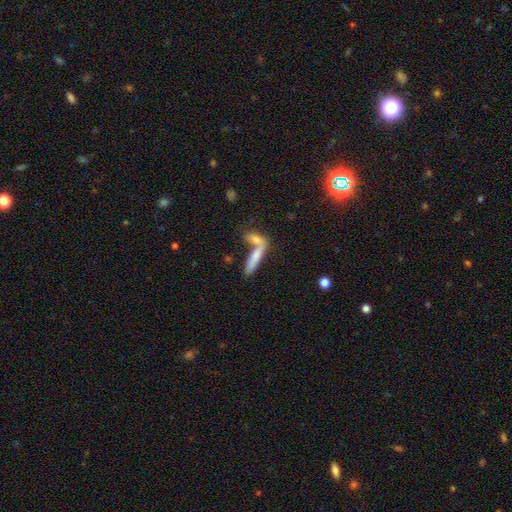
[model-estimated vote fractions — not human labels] smooth_or_featured: smooth (p=0.71) [alt: featured or disk p=0.22]
how_rounded: cigar-shaped (p=0.77) [alt: in between p=0.20]
merging: none (p=0.44) [alt: merger p=0.43]